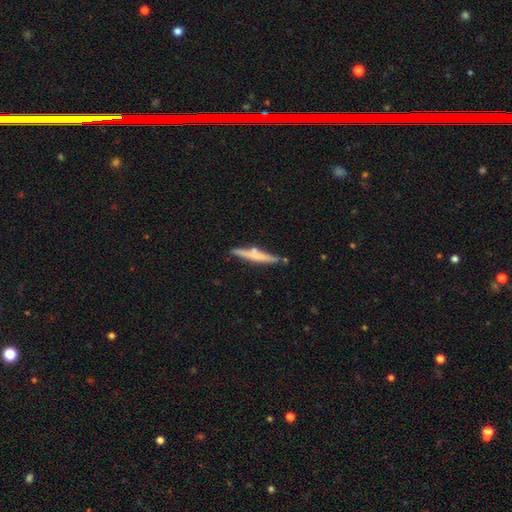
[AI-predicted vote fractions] This is possibly a featured or disk galaxy (49%). Merging: likely none (79%).